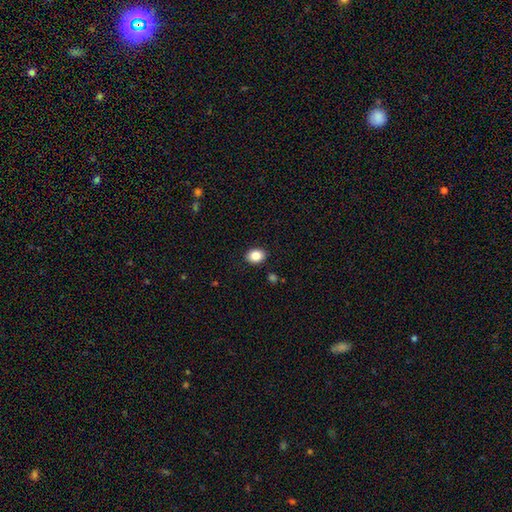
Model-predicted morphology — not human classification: This appears to be a smooth galaxy with no disk features (86%) that is in between round and cigar-shaped (55%). Merging: none (89%).